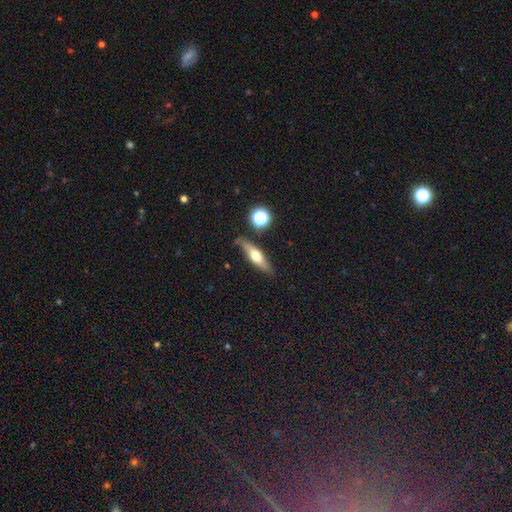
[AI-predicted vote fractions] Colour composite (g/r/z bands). It shows a featured or disk galaxy (47%). Merging: none (76%).